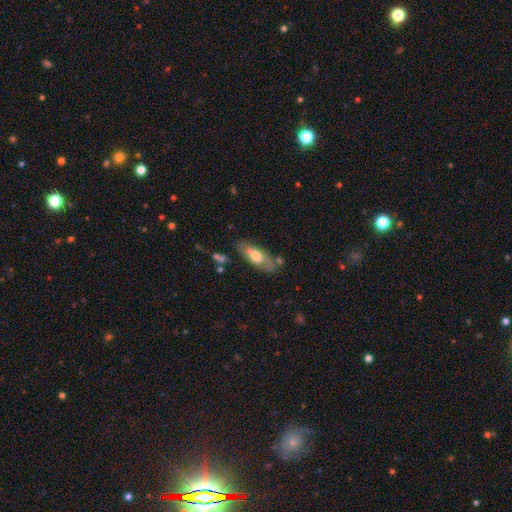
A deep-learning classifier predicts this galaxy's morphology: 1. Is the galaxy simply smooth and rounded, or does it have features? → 49% smooth, 44% featured or disk, 6% star or artifact.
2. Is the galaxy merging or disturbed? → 66% none, 21% minor disturbance, 7% major disturbance, 6% merger.